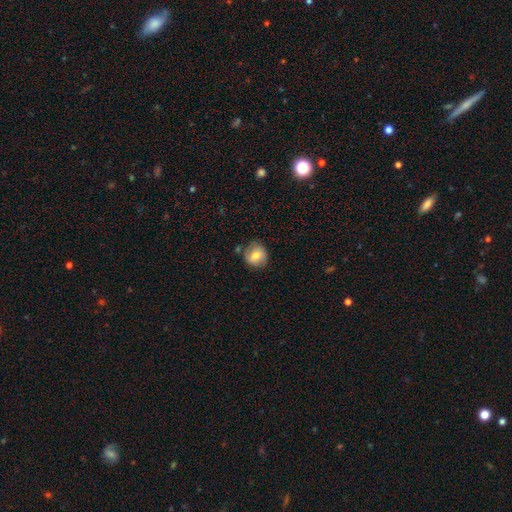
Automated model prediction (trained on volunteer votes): Smooth or featured? smooth (74%)
How rounded? round (82%)
Merging? none (73%)